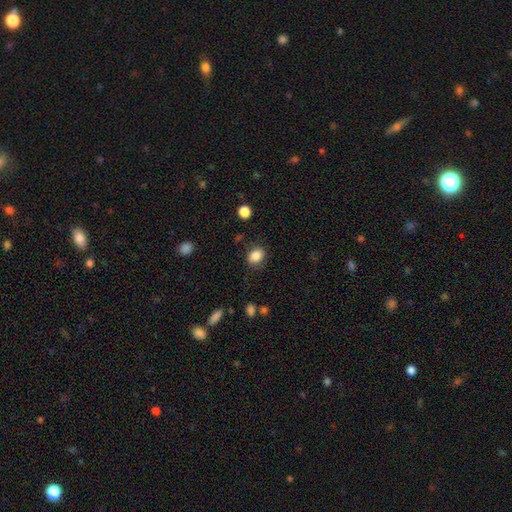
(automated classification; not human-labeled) Smooth or featured? Predicted: smooth (p=0.86). How rounded? Predicted: in between (p=0.54). Merging? Predicted: none (p=0.82).